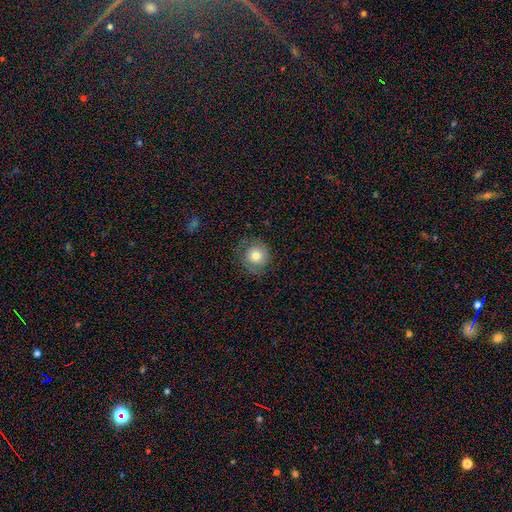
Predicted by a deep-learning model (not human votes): Morphology: type=smooth (71%); roundness=round (91%); merging=none (75%).